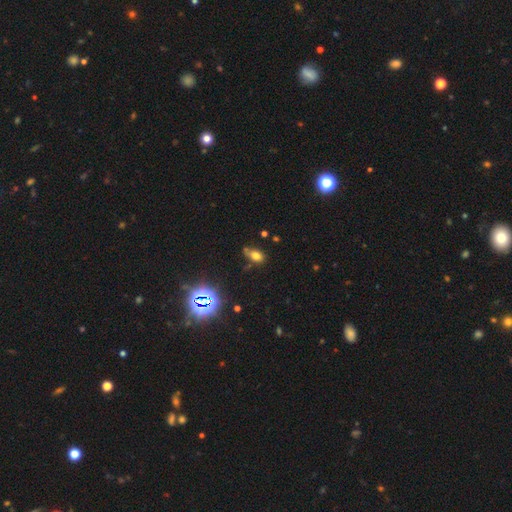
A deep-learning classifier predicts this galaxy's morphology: A smooth galaxy with no disk features (69%) that is in between round and cigar-shaped (81%). Merging: none (52%).